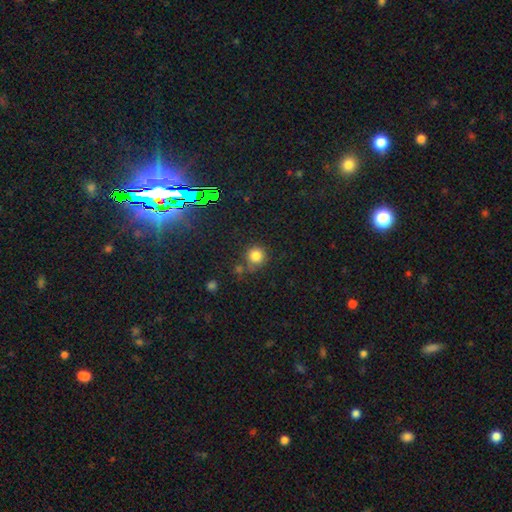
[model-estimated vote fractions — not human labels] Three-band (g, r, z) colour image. It shows a smooth galaxy with no disk features (82%) that is round (92%). Merging: none (72%).